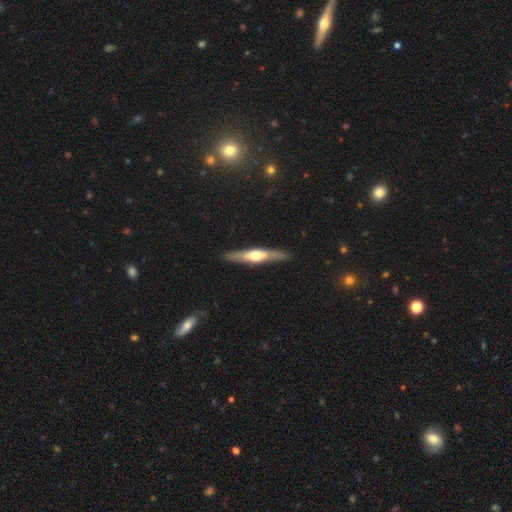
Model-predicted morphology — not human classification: smooth-or-featured: featured or disk: 63% | smooth: 32% | star or artifact: 5%
  disk-edge-on: yes: 93% | no: 7%
    edge-on-bulge: rounded: 90% | none: 6% | boxy: 5%
  merging: none: 89% | minor disturbance: 8% | major disturbance: 2% | merger: 1%